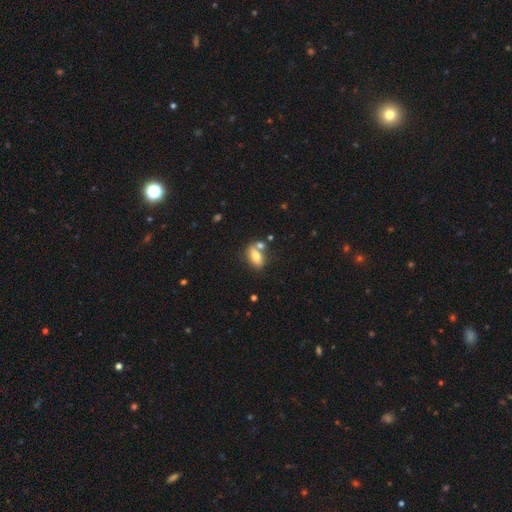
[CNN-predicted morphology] smooth 72%, featured or disk 19%, star or artifact 8%. Down the decision tree: how rounded — in between (79%); merging — none (56%).